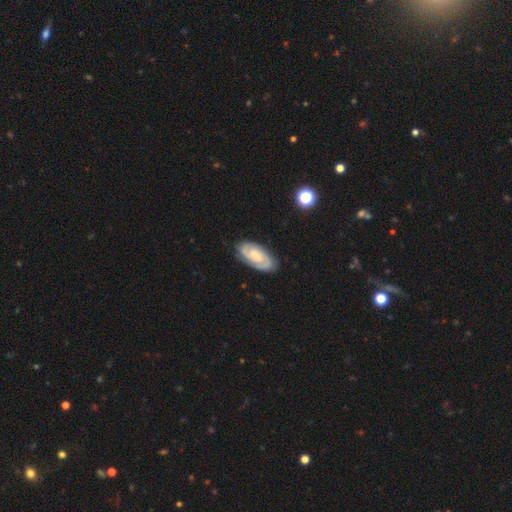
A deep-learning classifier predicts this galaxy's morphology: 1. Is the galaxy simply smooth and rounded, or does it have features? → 77% featured or disk, 18% smooth, 6% star or artifact.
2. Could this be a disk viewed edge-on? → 95% no, 5% yes.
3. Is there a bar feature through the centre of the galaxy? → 57% no, 35% weak, 8% strong.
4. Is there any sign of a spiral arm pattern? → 95% yes, 5% no.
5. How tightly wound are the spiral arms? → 61% tight, 32% medium, 7% loose.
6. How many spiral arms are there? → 75% 2, 13% can't tell, 5% 3, 3% 1, 2% 4, 2% more than 4.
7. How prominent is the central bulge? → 31% small, 28% none, 27% moderate, 12% large, 2% dominant.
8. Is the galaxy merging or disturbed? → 82% none, 13% minor disturbance, 3% major disturbance, 1% merger.